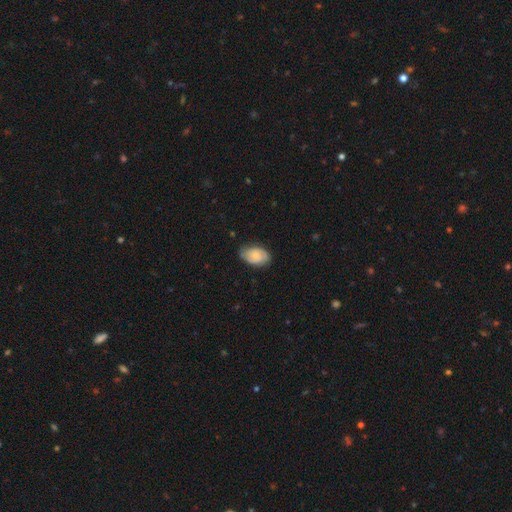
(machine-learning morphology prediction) smooth 60%, featured or disk 33%, star or artifact 7%. Down the decision tree: how rounded — in between (91%); merging — none (73%).